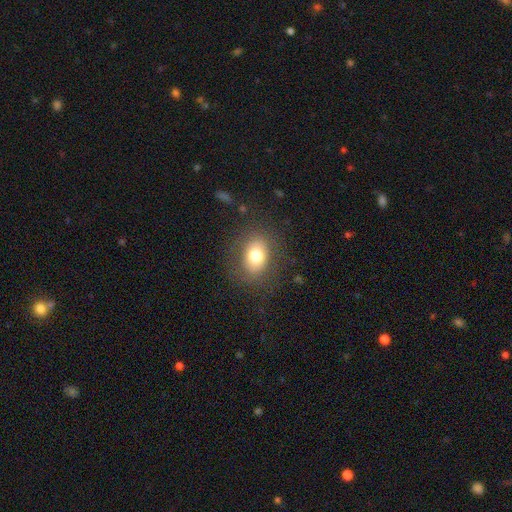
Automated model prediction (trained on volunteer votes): This is likely a smooth galaxy (75%). How rounded: likely in between (69%). Merging: likely none (80%).